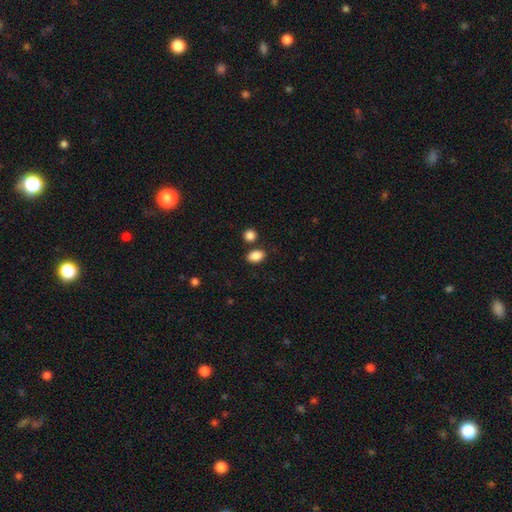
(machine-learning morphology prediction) Smooth or featured?
  - smooth: 87% *
  - star or artifact: 9%
  - featured or disk: 4%
How rounded?
  - in between: 81% *
  - round: 17%
  - cigar-shaped: 1%
Merging?
  - none: 78% *
  - minor disturbance: 10%
  - merger: 9%
  - major disturbance: 3%